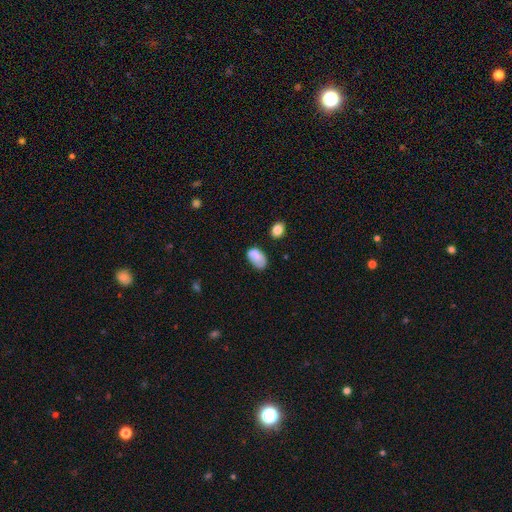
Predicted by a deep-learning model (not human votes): Overall: smooth (79%). How rounded: in between (91%). Merging: none (49%; minor disturbance 32%).